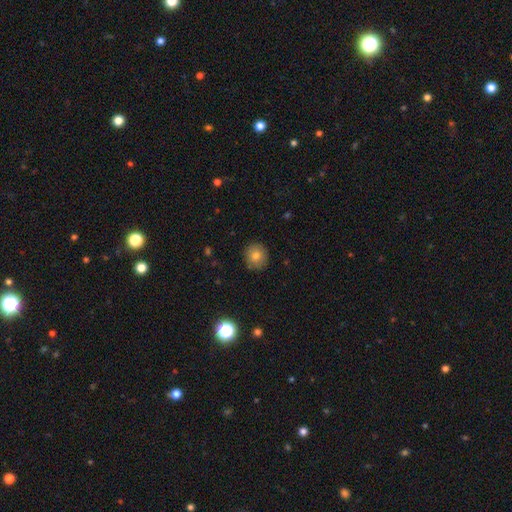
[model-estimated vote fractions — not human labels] Q: Smooth or featured?
A: smooth (78%); runner-up: featured or disk (11%)
Q: How rounded?
A: round (90%); runner-up: in between (10%)
Q: Merging?
A: none (88%); runner-up: minor disturbance (9%)